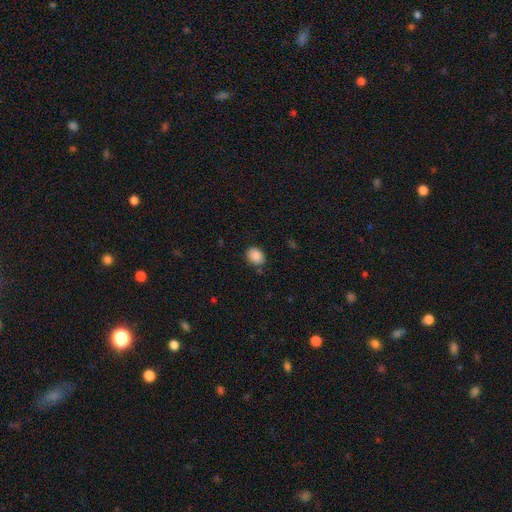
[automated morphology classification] smooth 87%, star or artifact 8%, featured or disk 5%. Down the decision tree: how rounded — in between (56%); merging — none (78%).